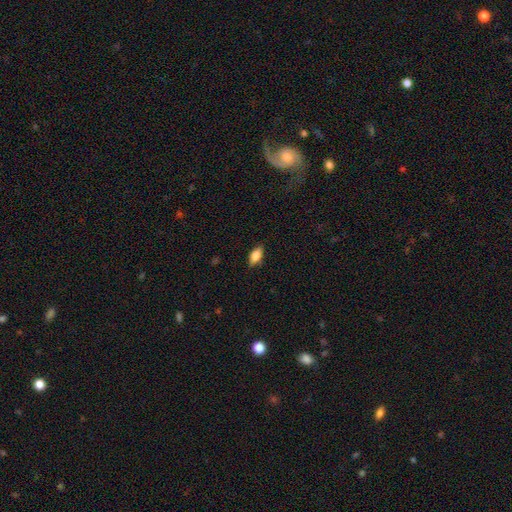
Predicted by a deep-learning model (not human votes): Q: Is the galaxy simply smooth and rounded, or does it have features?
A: smooth — 75%.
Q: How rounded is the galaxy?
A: in between — 83%.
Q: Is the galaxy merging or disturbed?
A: none — 84%.